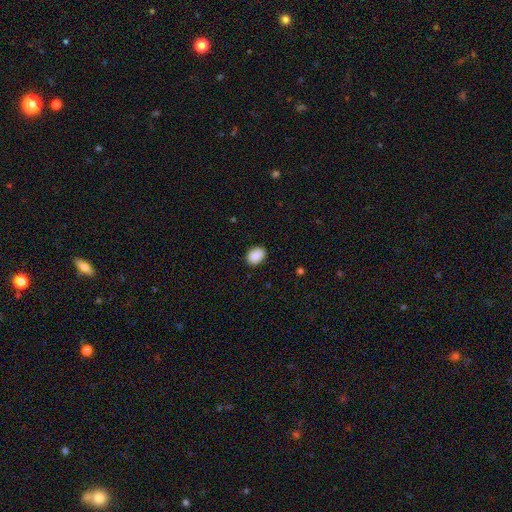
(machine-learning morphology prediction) This appears to be a smooth galaxy with no disk features (90%) that is in between round and cigar-shaped (69%). Merging: none (86%).